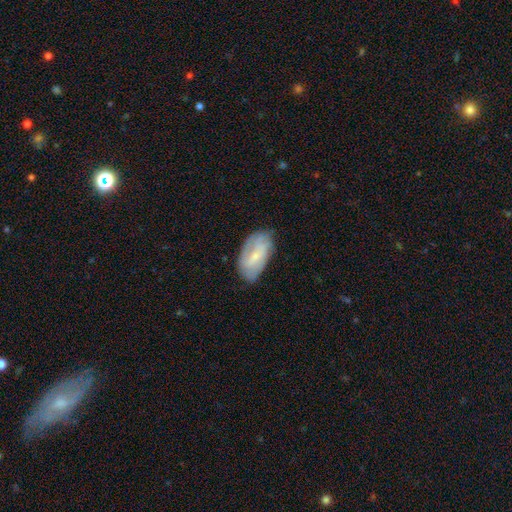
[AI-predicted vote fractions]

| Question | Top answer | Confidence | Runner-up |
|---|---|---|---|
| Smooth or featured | featured or disk | 55% | smooth (38%) |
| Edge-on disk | no | 94% | yes (6%) |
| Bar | weak | 45% | no (38%) |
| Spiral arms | yes | 78% | no (22%) |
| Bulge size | small | 67% | moderate (24%) |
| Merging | none | 72% | minor disturbance (21%) |